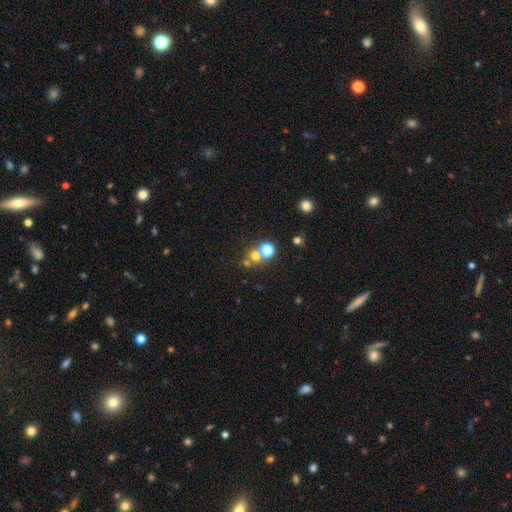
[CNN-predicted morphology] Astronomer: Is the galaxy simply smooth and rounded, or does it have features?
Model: smooth — 60%.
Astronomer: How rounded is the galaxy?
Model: round — 86%.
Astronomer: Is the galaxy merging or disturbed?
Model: none — 55% (runner-up: merger, 35%).